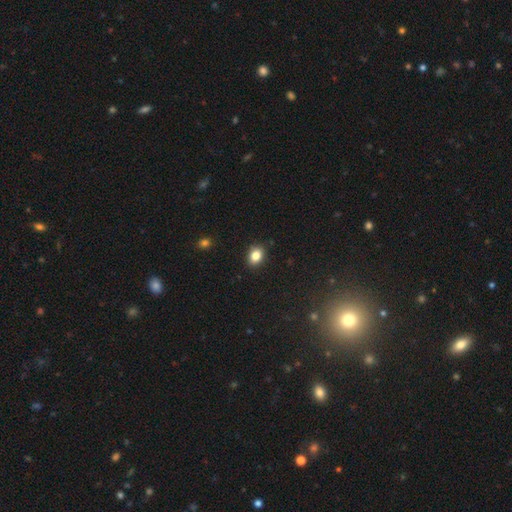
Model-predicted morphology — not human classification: A smooth galaxy with no disk features (84%) that is in between round and cigar-shaped (64%).

Vote fractions:
- Smooth or featured? smooth: 84% / star or artifact: 10% / featured or disk: 6%
- How rounded? in between: 64% / round: 35% / cigar-shaped: 1%
- Merging? none: 88% / minor disturbance: 9% / major disturbance: 2% / merger: 1%